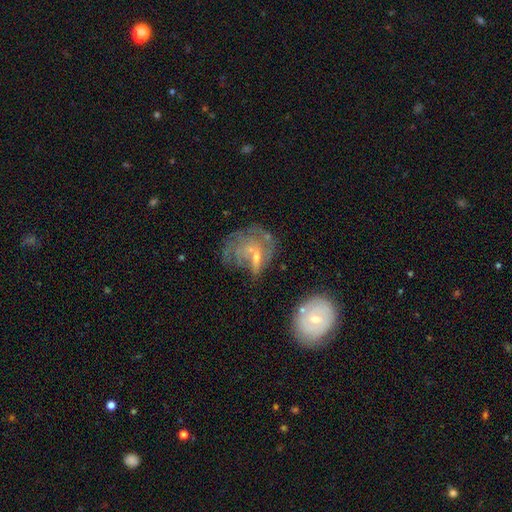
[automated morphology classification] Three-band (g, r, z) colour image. It shows a featured or disk galaxy (60%) with no bar (69%), no spiral arms (53%) and a small central bulge (55%). Merging: major disturbance (37%).